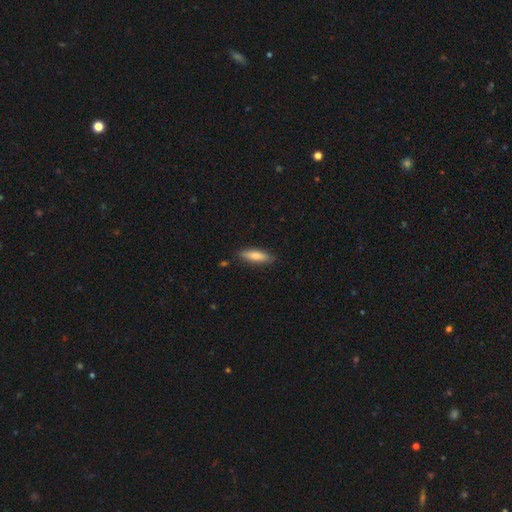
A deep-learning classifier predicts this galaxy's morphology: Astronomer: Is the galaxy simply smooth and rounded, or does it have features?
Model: smooth — 74%.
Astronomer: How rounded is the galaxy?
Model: cigar-shaped — 61% (runner-up: in between, 38%).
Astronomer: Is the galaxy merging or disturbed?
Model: none — 85%.